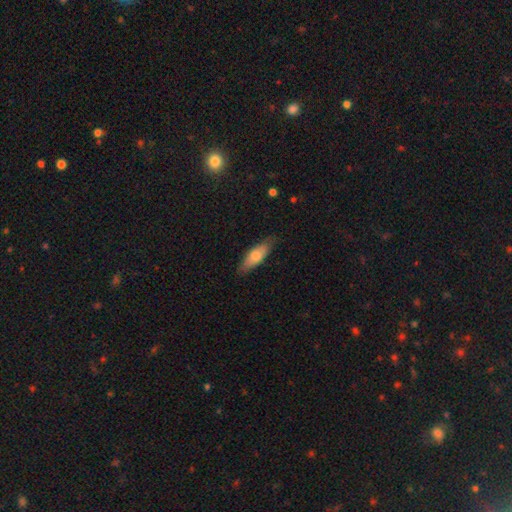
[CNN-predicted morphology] Smooth or featured?
  - smooth: 69% *
  - featured or disk: 25%
  - star or artifact: 6%
How rounded?
  - in between: 56% *
  - cigar-shaped: 42%
  - round: 2%
Merging?
  - none: 80% *
  - minor disturbance: 16%
  - major disturbance: 3%
  - merger: 1%